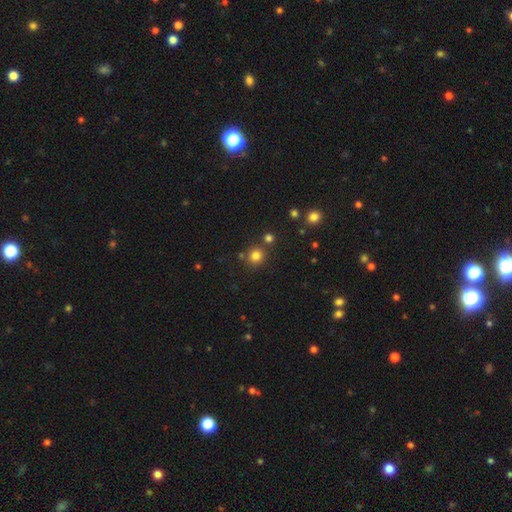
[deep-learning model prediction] Smooth or featured? Predicted: smooth (p=0.80). How rounded? Predicted: round (p=0.90). Merging? Predicted: none (p=0.78).